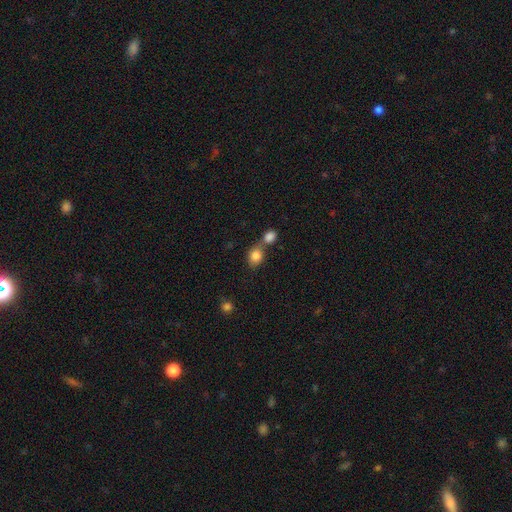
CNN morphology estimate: smooth 84%, star or artifact 9%, featured or disk 7%. Down the decision tree: how rounded — round (54%); merging — merger (48%).